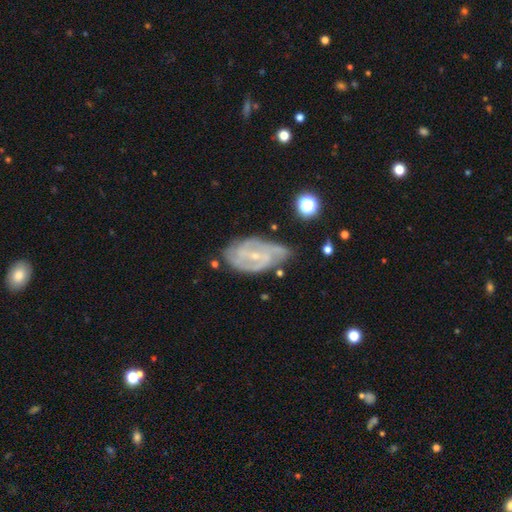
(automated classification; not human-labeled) The model was most divided on "bar": weak: 44%, no: 42%, strong: 14%. Remaining: edge-on disk — no (96%); spiral arms — yes (93%); smooth or featured — featured or disk (83%); bulge size — small (76%); merging — none (57%); spiral winding — tight (53%); spiral arm count — 2 (48%).